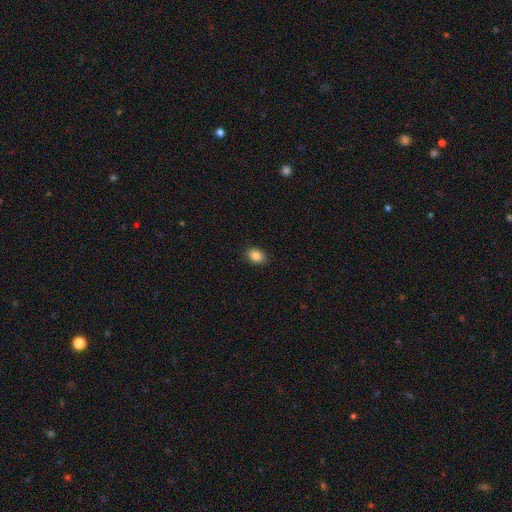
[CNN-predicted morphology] smooth-or-featured: smooth: 86% | star or artifact: 9% | featured or disk: 5%
  how-rounded: in between: 74% | round: 24% | cigar-shaped: 1%
  merging: none: 86% | minor disturbance: 11% | major disturbance: 2% | merger: 1%